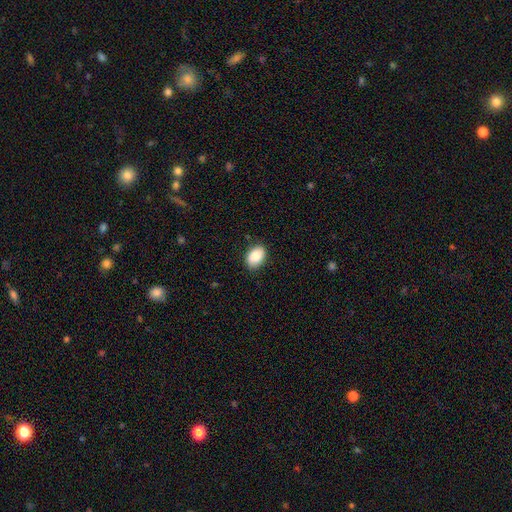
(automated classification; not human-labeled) smooth-or-featured: smooth: 85% | featured or disk: 8% | star or artifact: 7%
  how-rounded: in between: 81% | round: 18% | cigar-shaped: 1%
  merging: none: 84% | minor disturbance: 13% | major disturbance: 2% | merger: 1%